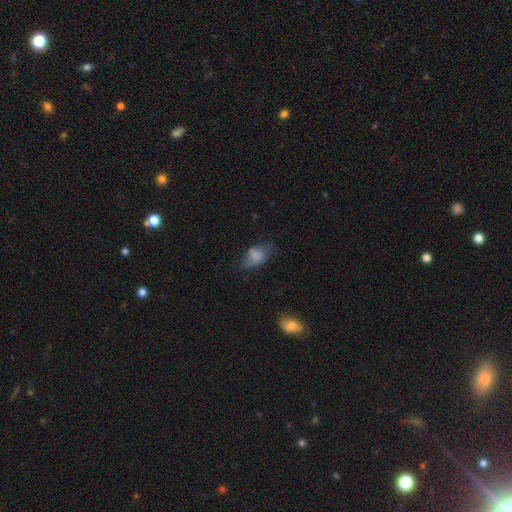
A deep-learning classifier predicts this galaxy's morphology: The model was most divided on "merging": none: 44%, minor disturbance: 34%, major disturbance: 18%, merger: 4%. More confident: how rounded — in between (83%); smooth or featured — smooth (75%).